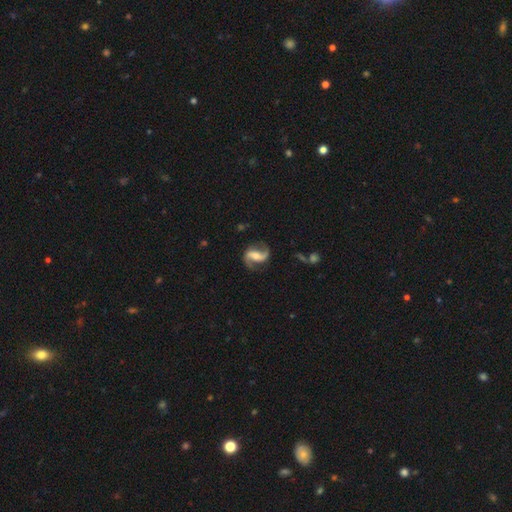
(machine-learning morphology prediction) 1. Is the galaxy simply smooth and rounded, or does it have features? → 89% featured or disk, 6% smooth, 5% star or artifact.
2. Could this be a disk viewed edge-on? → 97% no, 3% yes.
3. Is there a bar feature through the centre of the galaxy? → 39% strong, 38% weak, 23% no.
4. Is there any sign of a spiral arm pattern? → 97% yes, 3% no.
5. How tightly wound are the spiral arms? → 50% loose, 40% medium, 10% tight.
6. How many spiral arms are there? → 93% 2, 2% 1, 2% can't tell, 1% 3, 1% 4, 1% more than 4.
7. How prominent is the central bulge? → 57% moderate, 30% small, 7% large, 4% none, 1% dominant.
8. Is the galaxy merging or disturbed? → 81% none, 12% minor disturbance, 5% major disturbance, 2% merger.